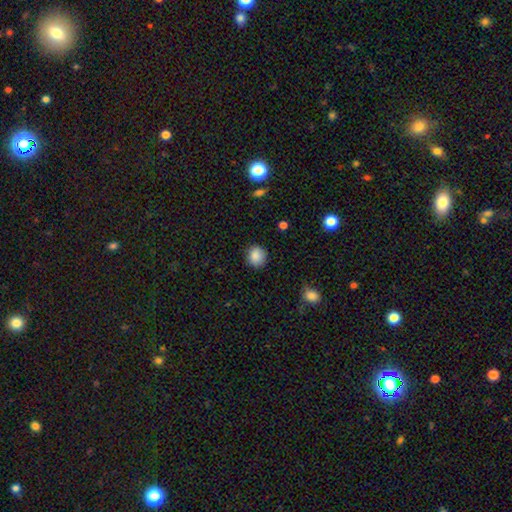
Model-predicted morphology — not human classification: This is clearly a smooth galaxy (87%). How rounded: clearly round (81%). Merging: clearly none (85%).